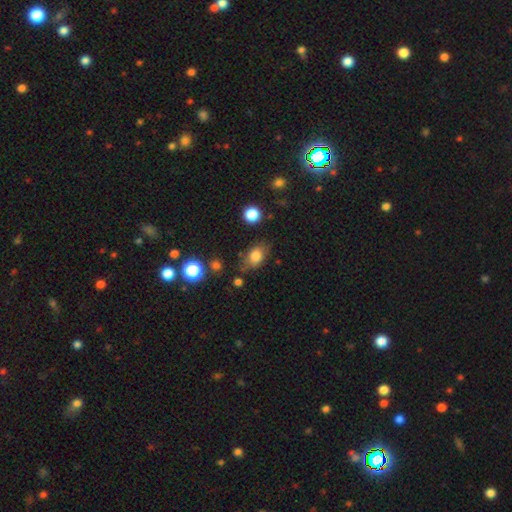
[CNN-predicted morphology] Smooth or featured? Predicted: smooth (p=0.78). How rounded? Predicted: in between (p=0.78). Merging? Predicted: none (p=0.69).